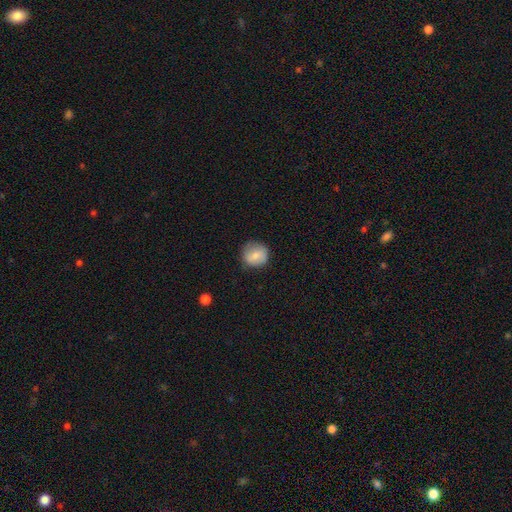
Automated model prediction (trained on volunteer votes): Smooth or featured: smooth — 77% (featured or disk — 15%)
How rounded: round — 89% (in between — 10%)
Merging: none — 79% (minor disturbance — 16%)